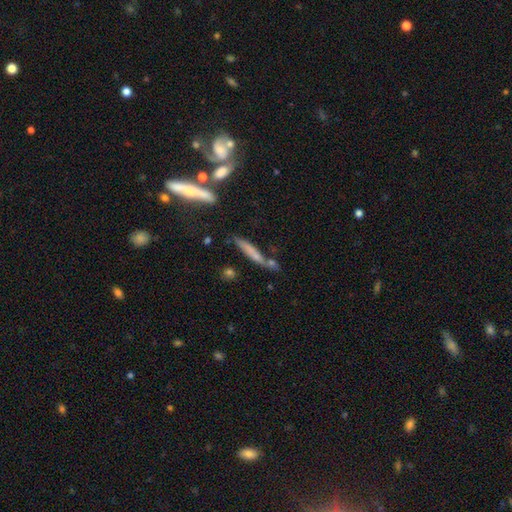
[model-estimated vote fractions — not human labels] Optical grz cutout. It shows a smooth galaxy with no disk features (48%). Merging: none (57%).